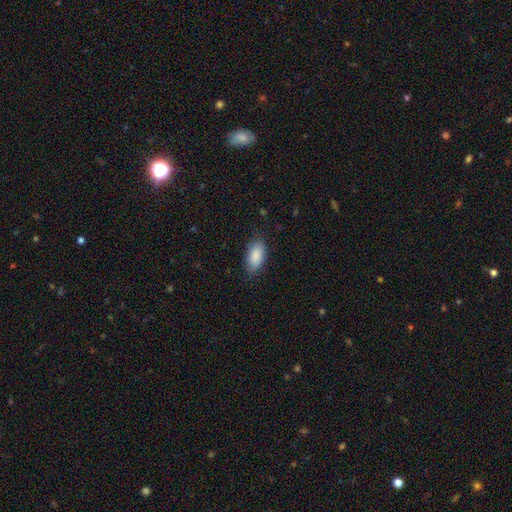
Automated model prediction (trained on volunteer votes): A smooth galaxy with no disk features (88%) that is in between round and cigar-shaped (92%).

Vote fractions:
- Smooth or featured? smooth: 88% / star or artifact: 6% / featured or disk: 6%
- How rounded? in between: 92% / cigar-shaped: 5% / round: 3%
- Merging? none: 78% / minor disturbance: 17% / major disturbance: 4% / merger: 1%